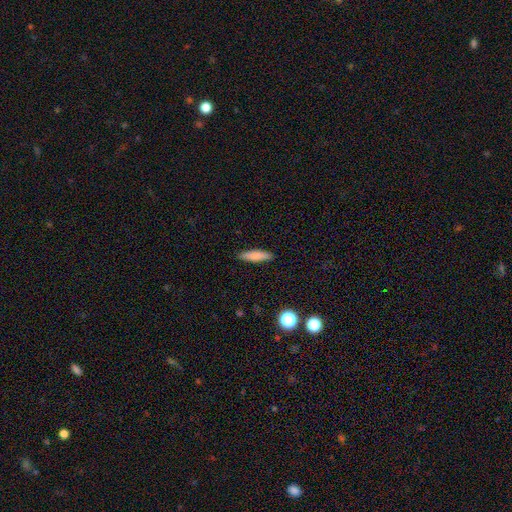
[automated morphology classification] Smooth or featured? smooth (76%)
How rounded? cigar-shaped (76%)
Merging? none (90%)